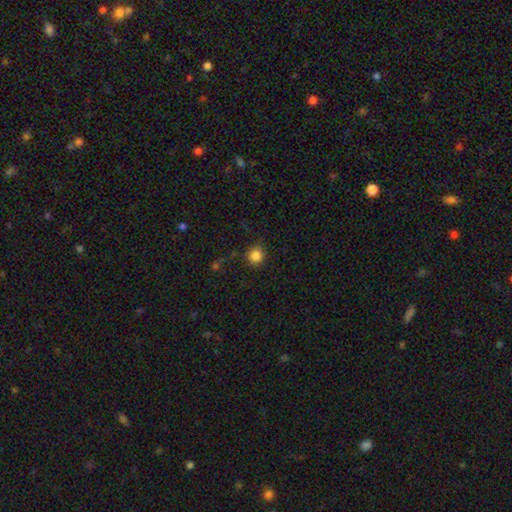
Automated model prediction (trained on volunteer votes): Smooth or featured?
  - smooth: 84% *
  - star or artifact: 11%
  - featured or disk: 4%
How rounded?
  - round: 90% *
  - in between: 9%
  - cigar-shaped: 1%
Merging?
  - none: 83% *
  - minor disturbance: 12%
  - major disturbance: 4%
  - merger: 2%